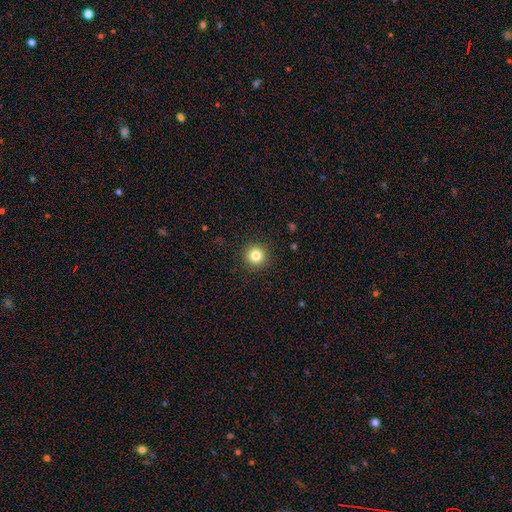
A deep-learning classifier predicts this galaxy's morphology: smooth_or_featured: smooth (p=0.83) [alt: star or artifact p=0.12]
how_rounded: round (p=0.95) [alt: in between p=0.04]
merging: none (p=0.92) [alt: minor disturbance p=0.05]